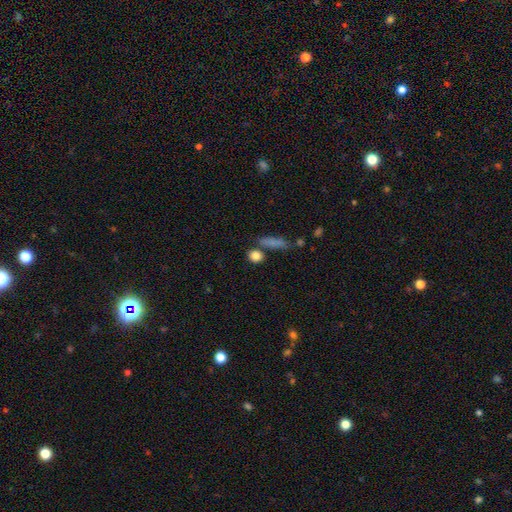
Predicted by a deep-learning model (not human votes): This is clearly a smooth galaxy (83%). How rounded: likely round (72%). Merging: likely none (73%).